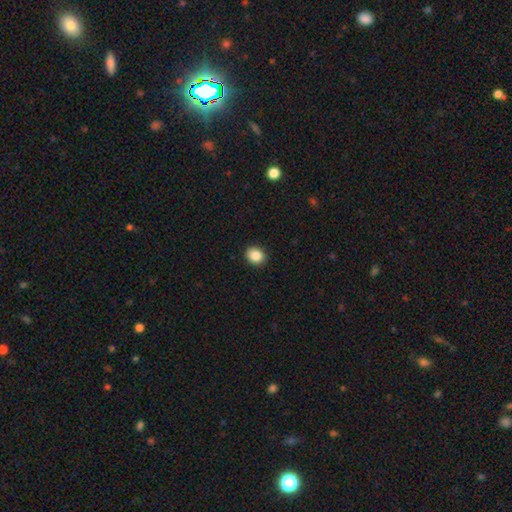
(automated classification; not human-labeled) smooth 86%, star or artifact 9%, featured or disk 4%. Down the decision tree: how rounded — round (64%); merging — none (91%).